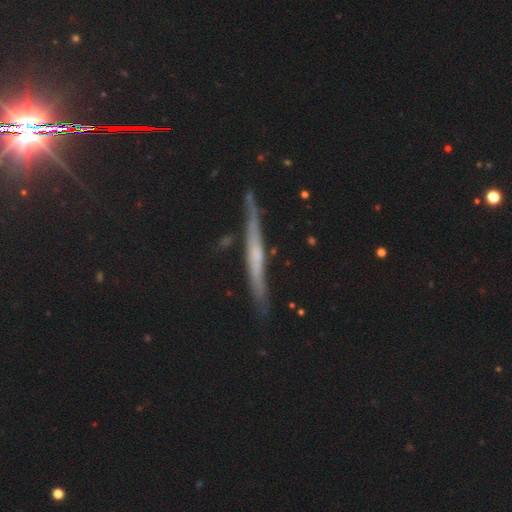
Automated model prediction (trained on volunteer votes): This appears to be a featured or disk galaxy (65%) viewed edge-on (94%) with no central bulge (62%). Merging: none (82%).